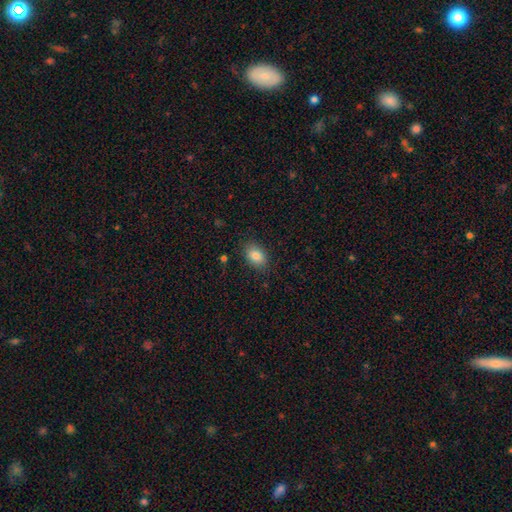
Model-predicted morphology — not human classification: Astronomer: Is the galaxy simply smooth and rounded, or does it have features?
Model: smooth — 84%.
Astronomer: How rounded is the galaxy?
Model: in between — 83%.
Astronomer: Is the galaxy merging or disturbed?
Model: none — 85%.